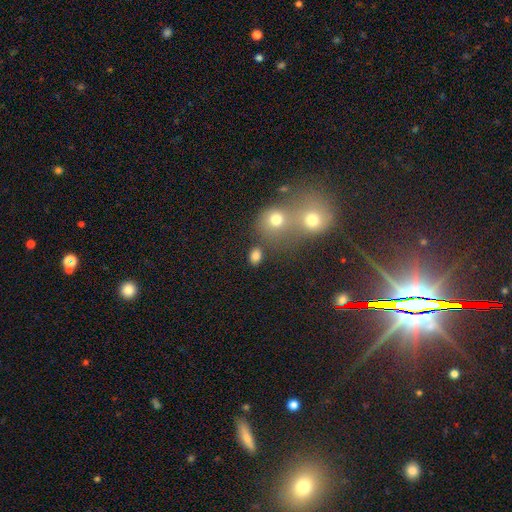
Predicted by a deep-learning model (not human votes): smooth_or_featured: smooth (p=0.80) [alt: star or artifact p=0.13]
how_rounded: in between (p=0.63) [alt: round p=0.35]
merging: none (p=0.69) [alt: merger p=0.16]